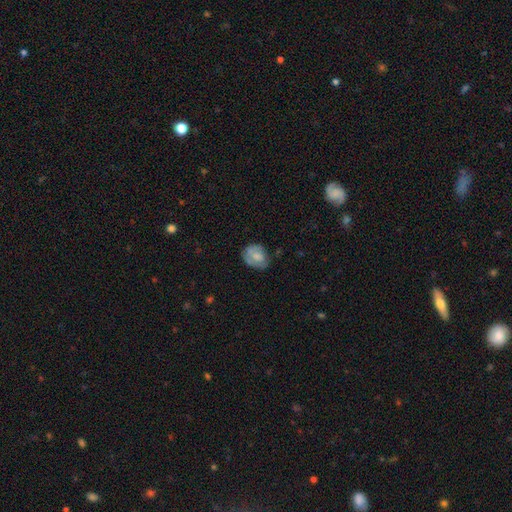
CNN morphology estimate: A smooth galaxy with no disk features (56%) that is in between round and cigar-shaped (60%).

Vote fractions:
- Smooth or featured? smooth: 56% / featured or disk: 36% / star or artifact: 8%
- How rounded? in between: 60% / round: 39% / cigar-shaped: 1%
- Merging? none: 57% / minor disturbance: 28% / major disturbance: 12% / merger: 2%